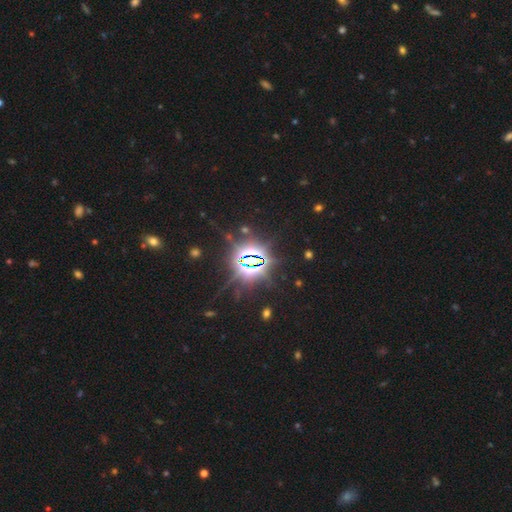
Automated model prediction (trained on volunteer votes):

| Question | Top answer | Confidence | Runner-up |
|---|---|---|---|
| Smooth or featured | star or artifact | 85% | featured or disk (8%) |